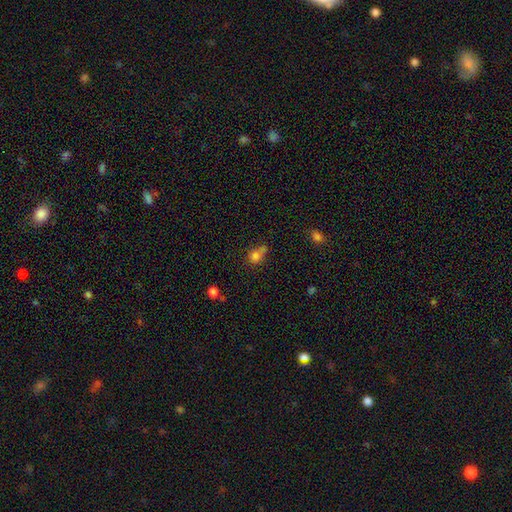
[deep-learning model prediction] Overall: smooth (77%). How rounded: round (67%; in between 31%). Merging: none (38%; merger 33%).